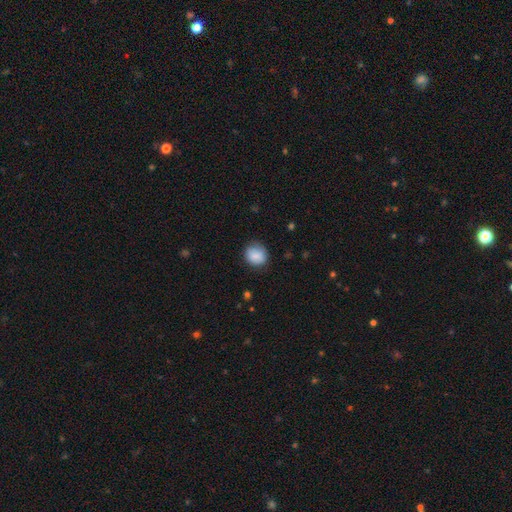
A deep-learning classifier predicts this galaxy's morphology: This is clearly a smooth galaxy (86%). How rounded: clearly round (80%). Merging: likely none (78%).